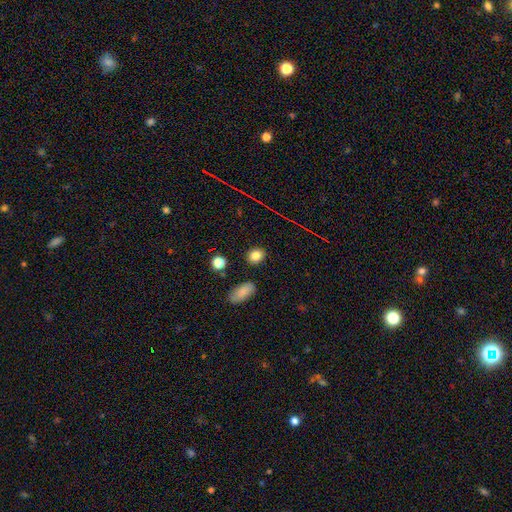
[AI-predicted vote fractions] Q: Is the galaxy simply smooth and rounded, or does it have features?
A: smooth — 83%.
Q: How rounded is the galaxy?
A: round — 49%, tied with in between.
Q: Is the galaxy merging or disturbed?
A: none — 87%.